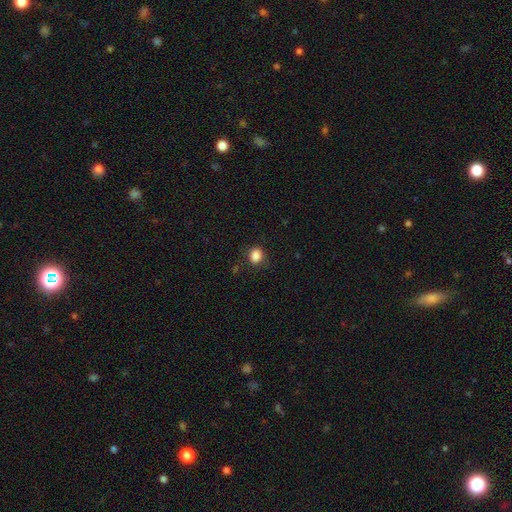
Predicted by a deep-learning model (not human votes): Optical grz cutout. It shows a smooth galaxy with no disk features (86%) that is round (55%). Merging: none (80%).